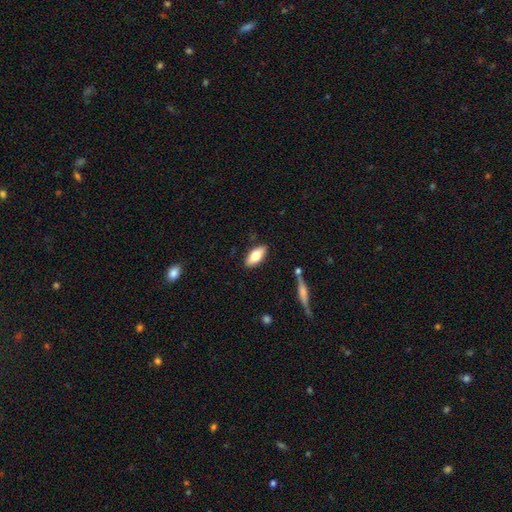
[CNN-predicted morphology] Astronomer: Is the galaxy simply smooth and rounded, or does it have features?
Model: smooth — 71%.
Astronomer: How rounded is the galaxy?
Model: in between — 83%.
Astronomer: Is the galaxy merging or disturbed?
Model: none — 85%.